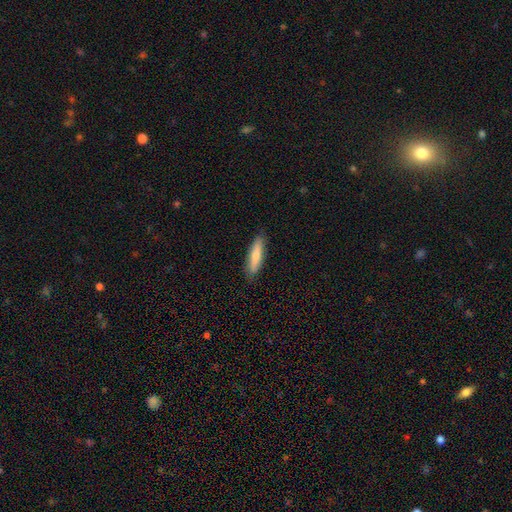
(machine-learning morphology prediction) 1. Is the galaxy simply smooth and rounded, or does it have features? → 68% smooth, 26% featured or disk, 6% star or artifact.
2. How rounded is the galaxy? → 77% cigar-shaped, 22% in between, 2% round.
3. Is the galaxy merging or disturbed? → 87% none, 10% minor disturbance, 2% major disturbance, 1% merger.